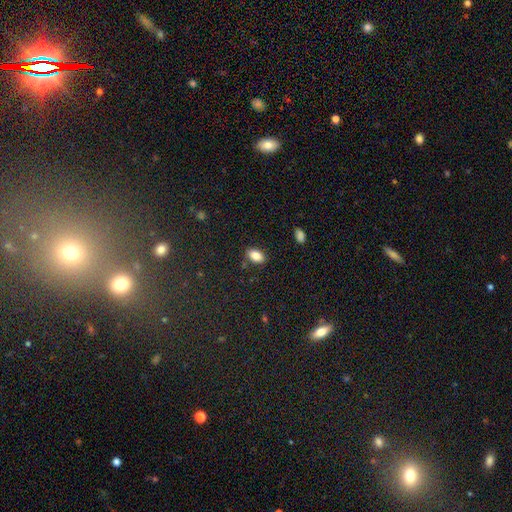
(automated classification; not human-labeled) This appears to be a smooth galaxy with no disk features (84%) that is in between round and cigar-shaped (90%). Merging: none (86%).